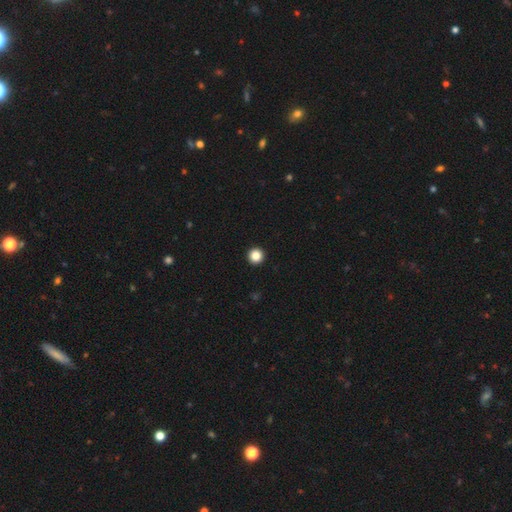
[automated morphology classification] Overall: smooth (86%). How rounded: round (97%). Merging: none (95%).